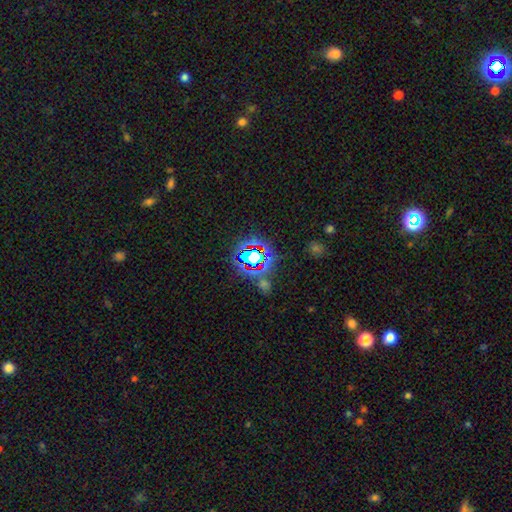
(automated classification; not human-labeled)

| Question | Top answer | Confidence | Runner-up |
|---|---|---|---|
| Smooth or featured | star or artifact | 70% | smooth (19%) |